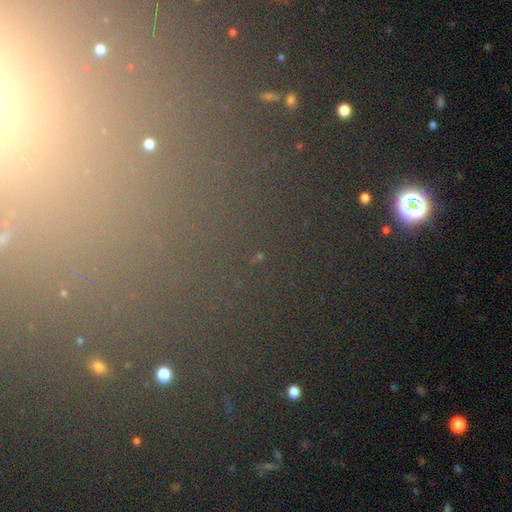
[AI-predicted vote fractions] A star or artifact, not a galaxy (73%).